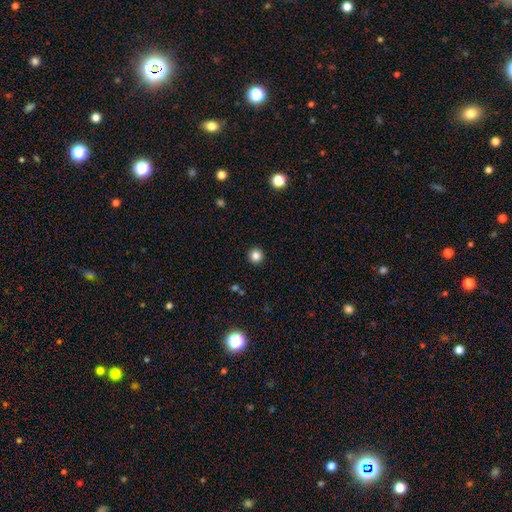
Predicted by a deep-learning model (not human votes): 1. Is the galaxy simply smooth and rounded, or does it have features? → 84% smooth, 12% star or artifact, 4% featured or disk.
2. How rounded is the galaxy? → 96% round, 3% in between, 1% cigar-shaped.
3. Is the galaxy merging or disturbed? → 93% none, 4% minor disturbance, 2% major disturbance, 1% merger.